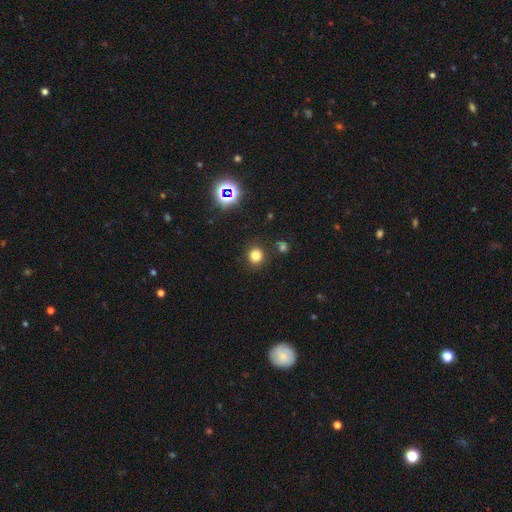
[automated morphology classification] This appears to be a smooth galaxy with no disk features (78%) that is round (88%). Merging: none (87%).